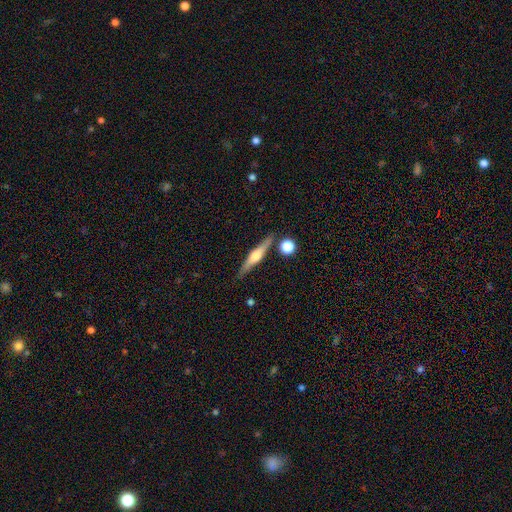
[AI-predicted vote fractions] Overall: featured or disk (69%). Edge-on disk: yes (97%). Edge-on bulge: rounded (89%). Merging: none (84%).